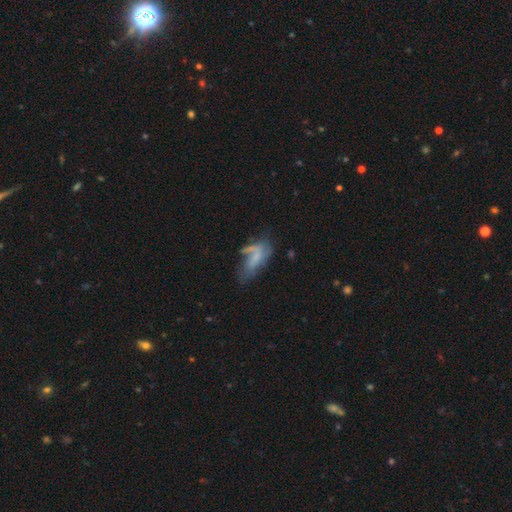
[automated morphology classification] Smooth or featured? Predicted: featured or disk (p=0.45, tied with smooth). Merging? Predicted: major disturbance (p=0.37).